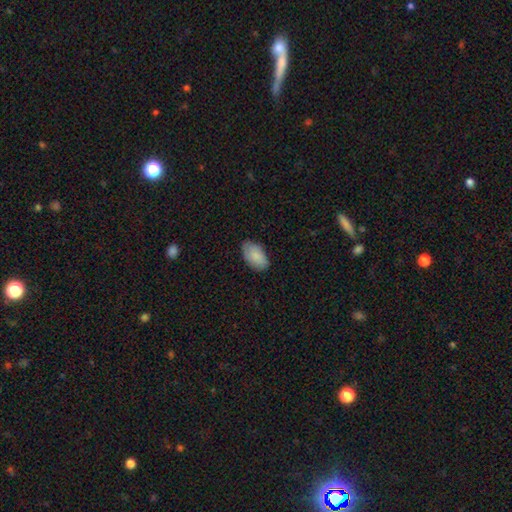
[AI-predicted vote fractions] Smooth or featured? smooth (84%)
How rounded? in between (94%)
Merging? none (79%)